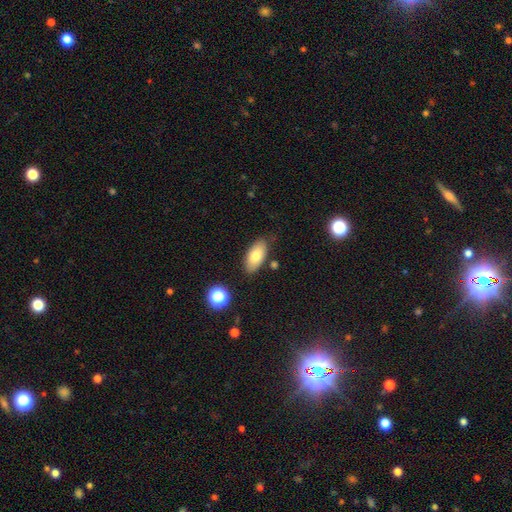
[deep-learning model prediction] Q: Smooth or featured?
A: smooth (78%); runner-up: featured or disk (15%)
Q: How rounded?
A: in between (91%); runner-up: cigar-shaped (6%)
Q: Merging?
A: none (81%); runner-up: minor disturbance (13%)